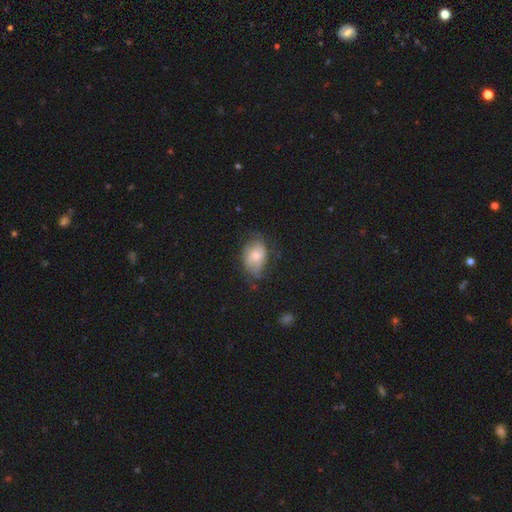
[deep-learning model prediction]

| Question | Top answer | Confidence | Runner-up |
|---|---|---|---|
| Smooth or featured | smooth | 55% | featured or disk (37%) |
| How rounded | in between | 78% | round (21%) |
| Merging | none | 51% | minor disturbance (31%) |